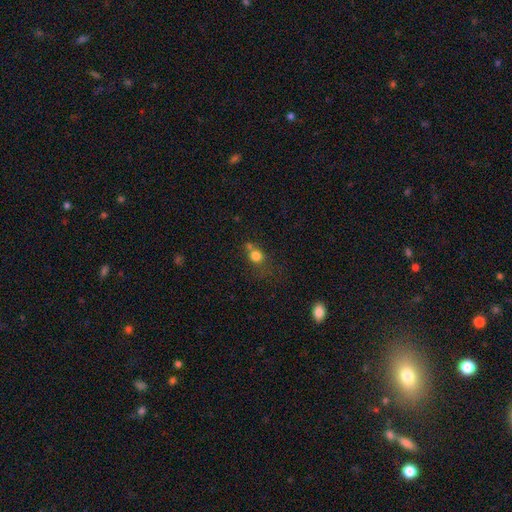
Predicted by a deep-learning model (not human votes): A smooth galaxy with no disk features (77%) that is round (79%).

Vote fractions:
- Smooth or featured? smooth: 77% / star or artifact: 14% / featured or disk: 9%
- How rounded? round: 79% / in between: 20% / cigar-shaped: 1%
- Merging? none: 49% / merger: 28% / minor disturbance: 15% / major disturbance: 8%